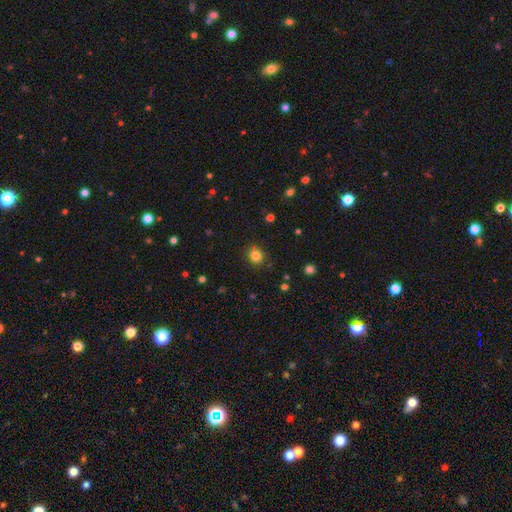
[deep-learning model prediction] Smooth or featured?
  - smooth: 82% *
  - star or artifact: 13%
  - featured or disk: 5%
How rounded?
  - round: 85% *
  - in between: 14%
  - cigar-shaped: 1%
Merging?
  - none: 87% *
  - minor disturbance: 8%
  - major disturbance: 2%
  - merger: 2%